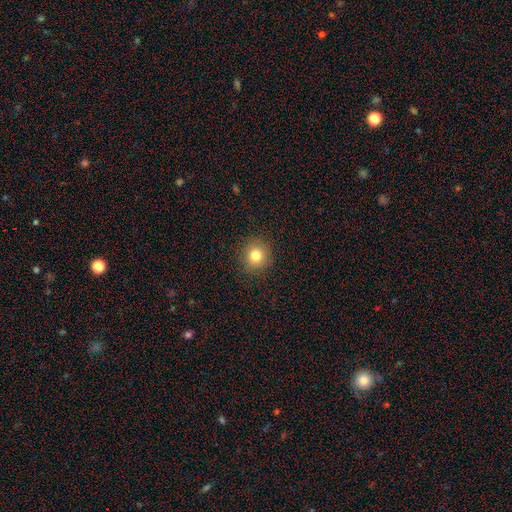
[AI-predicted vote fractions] Overall: smooth (80%). How rounded: round (89%). Merging: none (90%).